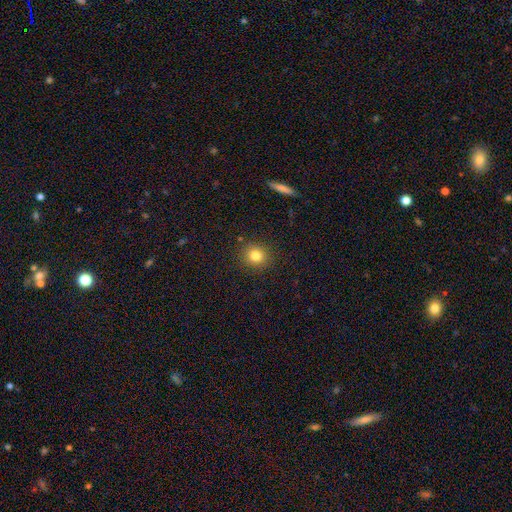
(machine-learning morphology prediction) Smooth or featured? Predicted: smooth (p=0.81). How rounded? Predicted: round (p=0.87). Merging? Predicted: none (p=0.89).